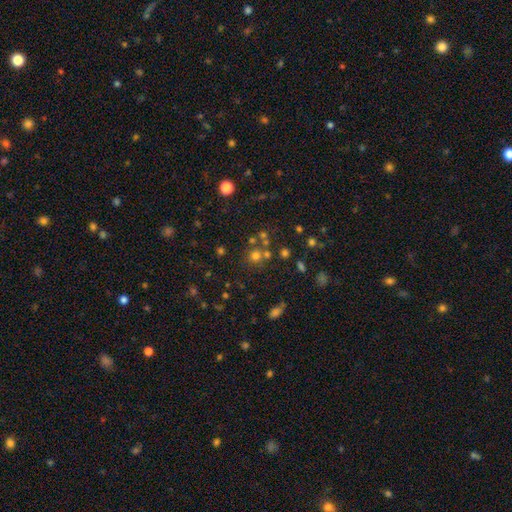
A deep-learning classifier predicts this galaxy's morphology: type=smooth (64%); roundness=round (89%); merging=none (66%).